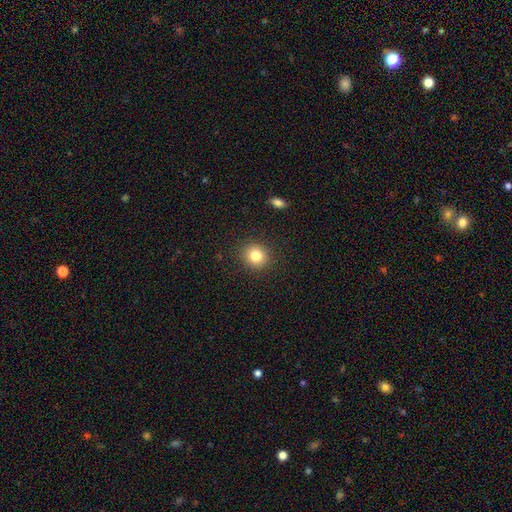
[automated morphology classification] smooth_or_featured: smooth (p=0.82) [alt: star or artifact p=0.11]
how_rounded: round (p=0.88) [alt: in between p=0.11]
merging: none (p=0.90) [alt: minor disturbance p=0.06]